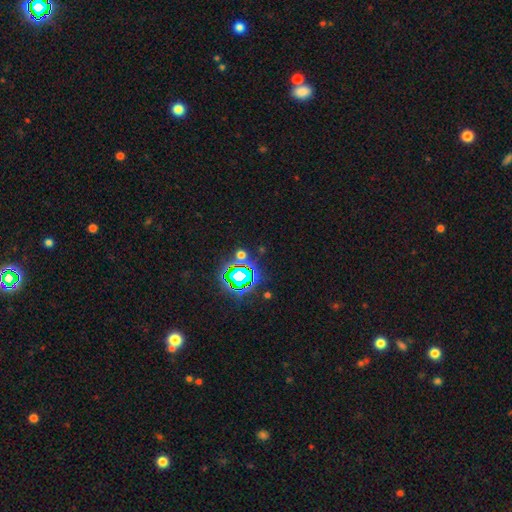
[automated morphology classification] This is likely a star or artifact rather than a galaxy (79%).